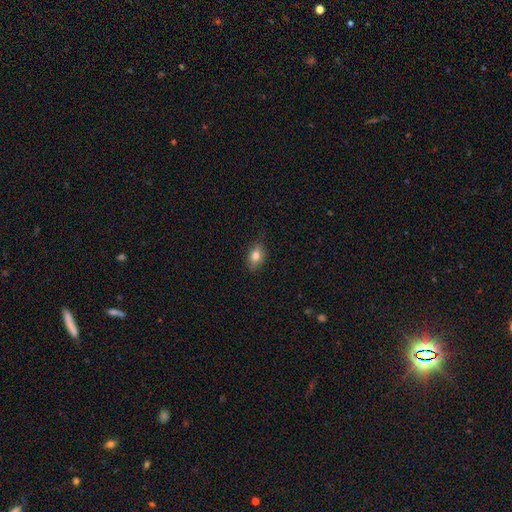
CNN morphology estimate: The model was most divided on "merging": none: 82%, minor disturbance: 15%, major disturbance: 3%, merger: 1%. More confident: how rounded — in between (83%); smooth or featured — smooth (81%).